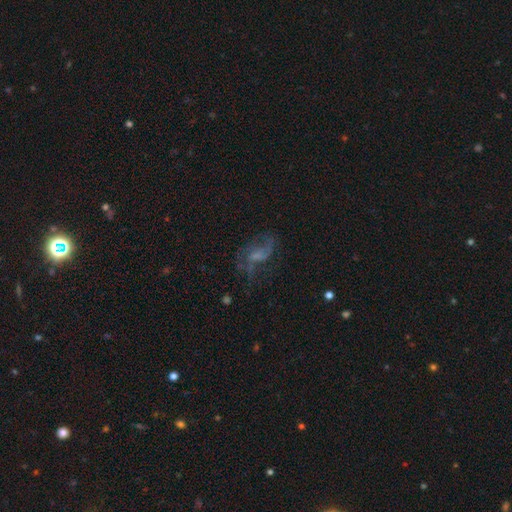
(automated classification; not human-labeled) The model was most divided on "bulge size" (2-way tie): none: 37%, small: 37%, moderate: 21%, large: 4%, dominant: 1%. Remaining: edge-on disk — no (96%); spiral arms — yes (77%); smooth or featured — featured or disk (63%); bar — no (52%); merging — none (50%).